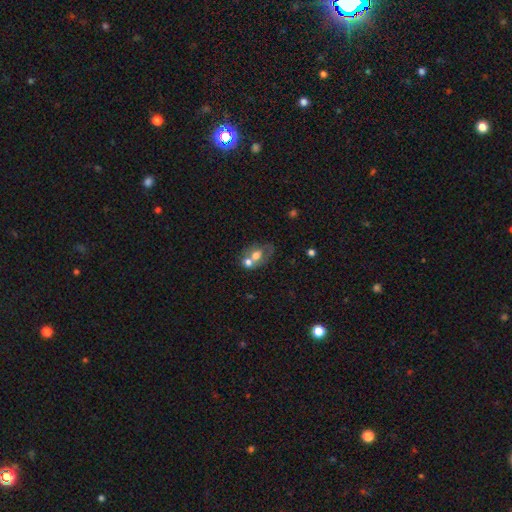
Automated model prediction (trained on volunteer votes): smooth 53%, featured or disk 37%, star or artifact 10%. Down the decision tree: how rounded — in between (67%); merging — merger (50%).